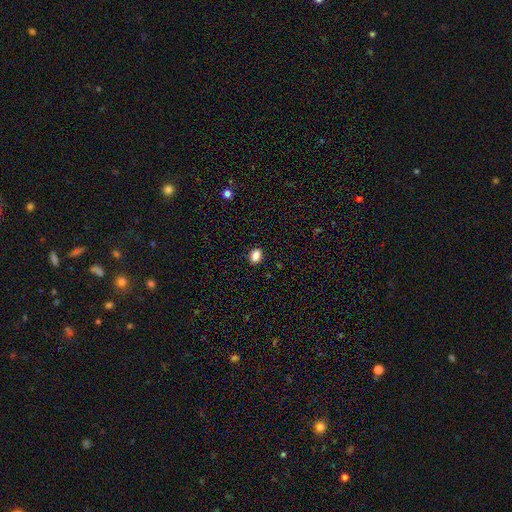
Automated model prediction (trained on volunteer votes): smooth-or-featured: smooth: 86% | star or artifact: 10% | featured or disk: 4%
  how-rounded: in between: 77% | round: 22% | cigar-shaped: 2%
  merging: none: 89% | minor disturbance: 8% | major disturbance: 2% | merger: 1%